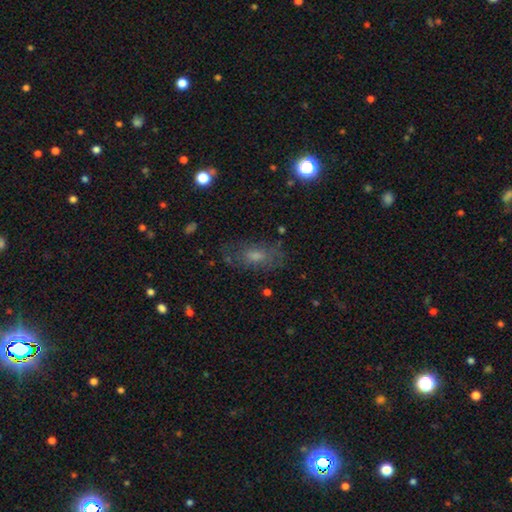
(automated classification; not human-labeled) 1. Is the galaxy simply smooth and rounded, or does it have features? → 44% smooth, 35% featured or disk, 20% star or artifact.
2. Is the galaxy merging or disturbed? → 71% none, 17% minor disturbance, 9% major disturbance, 2% merger.